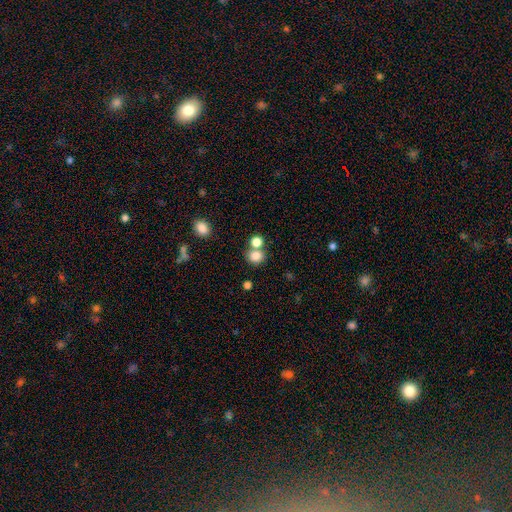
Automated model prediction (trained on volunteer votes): Smooth or featured?
  - smooth: 81% *
  - star or artifact: 12%
  - featured or disk: 7%
How rounded?
  - round: 78% *
  - in between: 21%
  - cigar-shaped: 1%
Merging?
  - none: 58% *
  - merger: 30%
  - minor disturbance: 9%
  - major disturbance: 4%